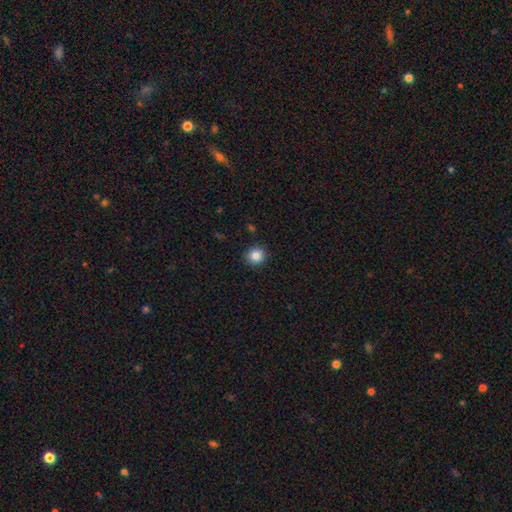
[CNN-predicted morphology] Overall: smooth (84%). How rounded: round (89%). Merging: none (91%).